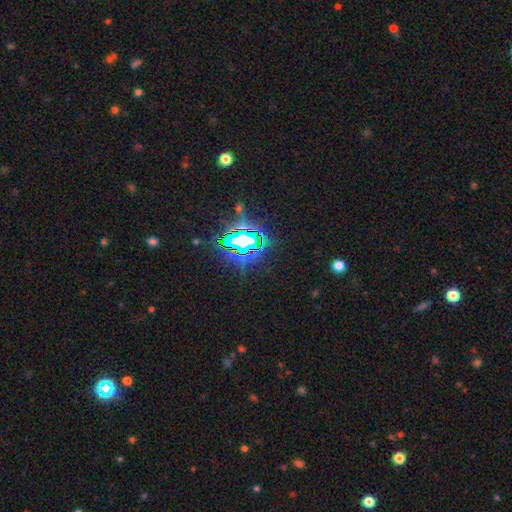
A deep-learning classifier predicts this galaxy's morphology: Overall: star or artifact (82%).